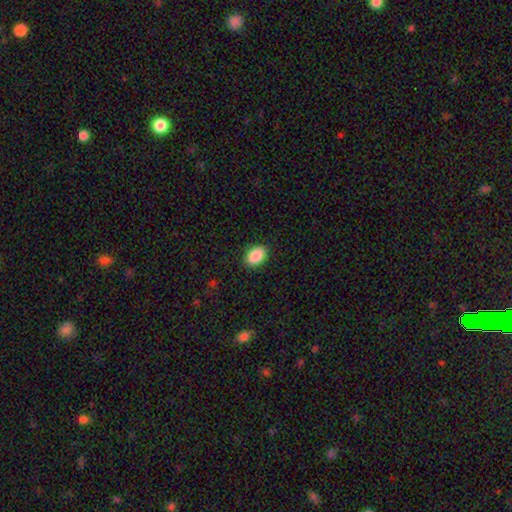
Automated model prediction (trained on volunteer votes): A smooth galaxy with no disk features (89%) that is in between round and cigar-shaped (82%).

Vote fractions:
- Smooth or featured? smooth: 89% / star or artifact: 7% / featured or disk: 3%
- How rounded? in between: 82% / round: 17% / cigar-shaped: 1%
- Merging? none: 89% / minor disturbance: 8% / major disturbance: 2% / merger: 1%